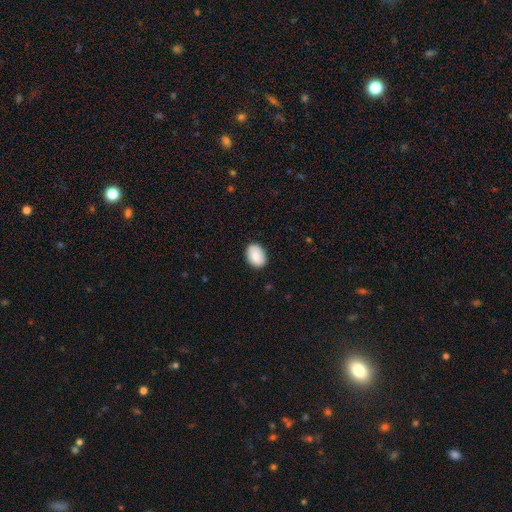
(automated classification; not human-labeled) A smooth galaxy with no disk features (84%) that is in between round and cigar-shaped (74%).

Vote fractions:
- Smooth or featured? smooth: 84% / featured or disk: 9% / star or artifact: 7%
- How rounded? in between: 74% / round: 25% / cigar-shaped: 1%
- Merging? none: 87% / minor disturbance: 10% / major disturbance: 2% / merger: 1%